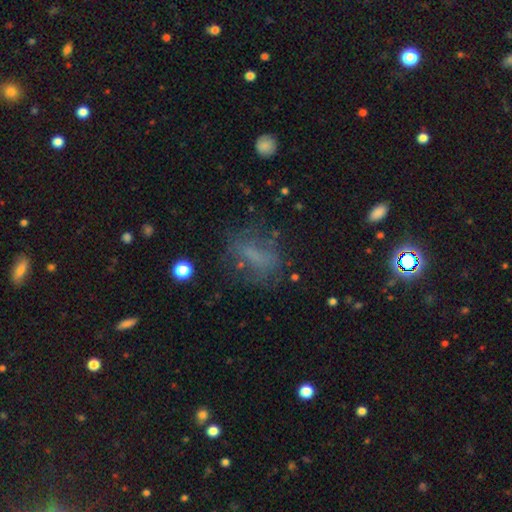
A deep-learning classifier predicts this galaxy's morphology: This is possibly a smooth galaxy (52%). How rounded: likely in between (65%). Merging: likely none (61%).